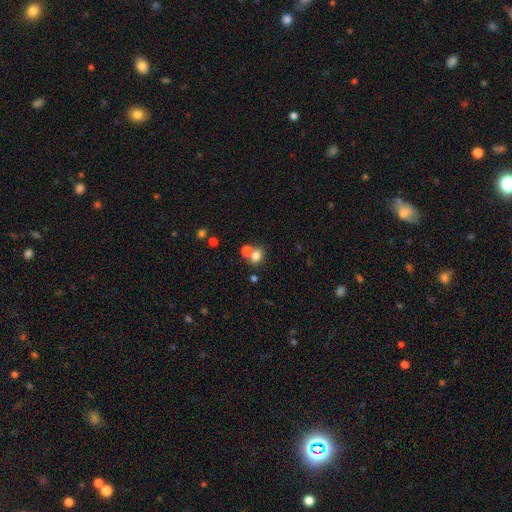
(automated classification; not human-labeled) Overall: smooth (77%). How rounded: in between (51%; round 48%). Merging: none (45%; merger 41%).